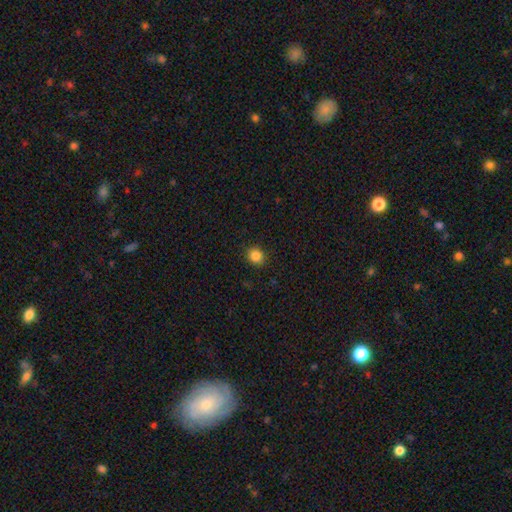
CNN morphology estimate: The model was most divided on "how rounded": round: 76%, in between: 23%, cigar-shaped: 1%. More confident: merging — none (90%); smooth or featured — smooth (85%).